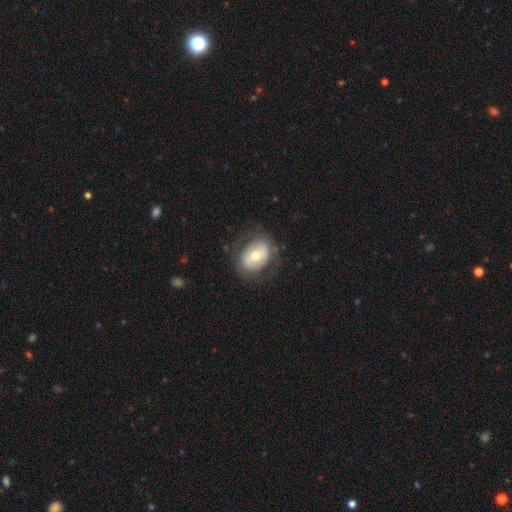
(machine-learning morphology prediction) smooth 54%, featured or disk 39%, star or artifact 7%. Down the decision tree: how rounded — in between (71%); merging — none (74%).